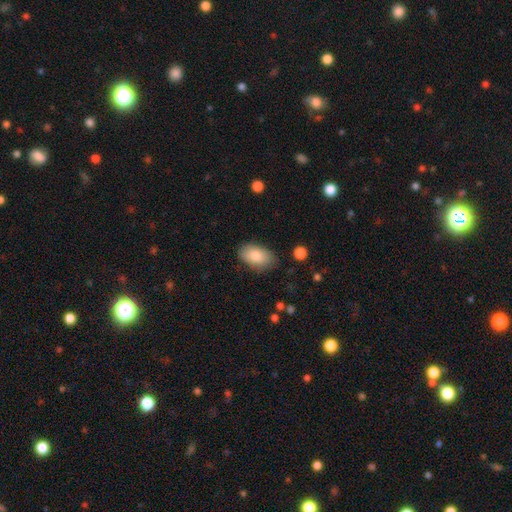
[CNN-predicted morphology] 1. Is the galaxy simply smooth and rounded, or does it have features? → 85% smooth, 9% featured or disk, 7% star or artifact.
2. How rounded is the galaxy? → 93% in between, 6% round, 2% cigar-shaped.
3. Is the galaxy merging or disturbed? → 80% none, 15% minor disturbance, 3% major disturbance, 1% merger.